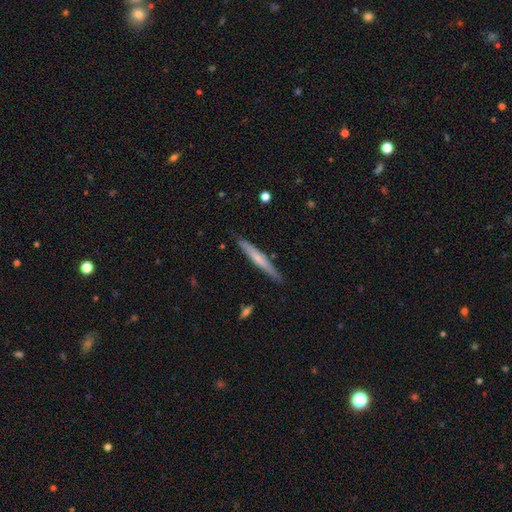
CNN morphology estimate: Smooth or featured?
  - smooth: 52% *
  - featured or disk: 42%
  - star or artifact: 6%
How rounded?
  - cigar-shaped: 96% *
  - in between: 3%
  - round: 1%
Merging?
  - none: 89% *
  - minor disturbance: 9%
  - major disturbance: 1%
  - merger: 1%